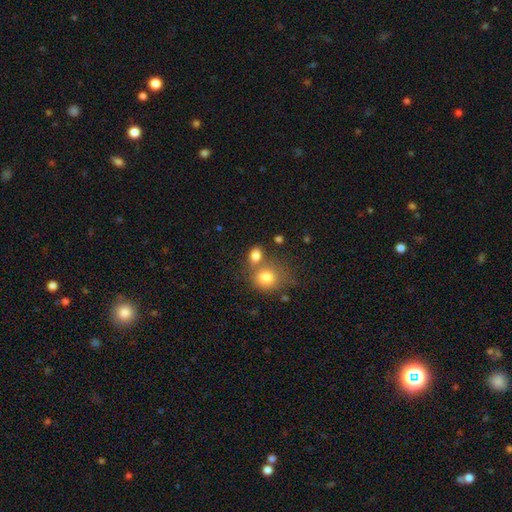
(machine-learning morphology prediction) Overall: smooth (80%). How rounded: in between (60%; round 39%). Merging: none (48%; merger 35%).